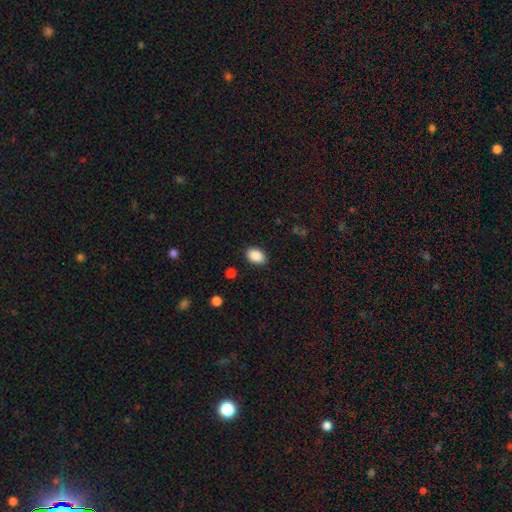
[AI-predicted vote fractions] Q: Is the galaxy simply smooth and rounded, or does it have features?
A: smooth — 89%.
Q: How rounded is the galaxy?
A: in between — 87%.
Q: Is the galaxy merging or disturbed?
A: none — 87%.